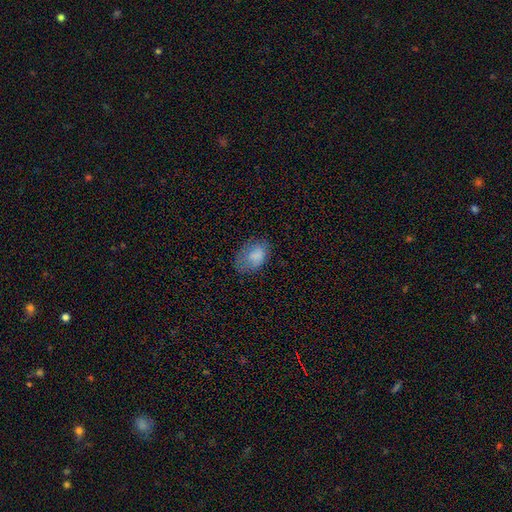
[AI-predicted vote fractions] Smooth or featured: smooth — 79% (featured or disk — 12%)
How rounded: in between — 83% (round — 16%)
Merging: none — 57% (minor disturbance — 28%)